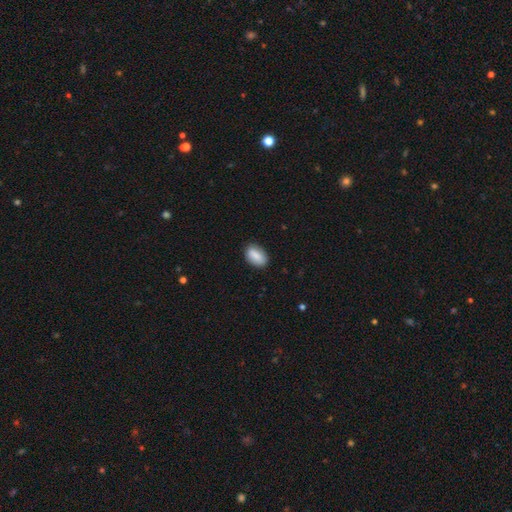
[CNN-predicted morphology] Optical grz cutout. It shows a smooth galaxy with no disk features (84%) that is in between round and cigar-shaped (91%). Merging: none (84%).